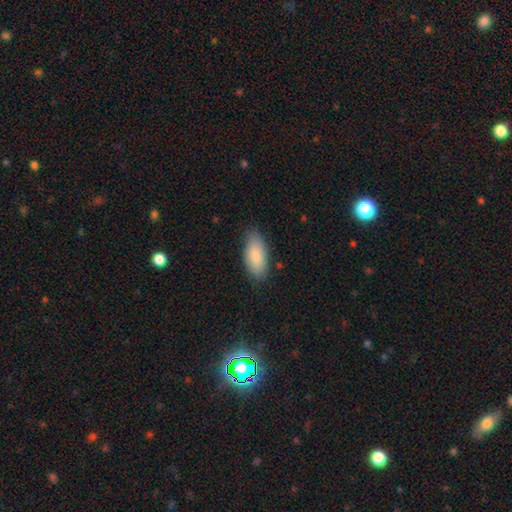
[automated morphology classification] smooth-or-featured: smooth: 86% | featured or disk: 8% | star or artifact: 6%
  how-rounded: in between: 88% | cigar-shaped: 10% | round: 2%
  merging: none: 81% | minor disturbance: 14% | major disturbance: 3% | merger: 1%